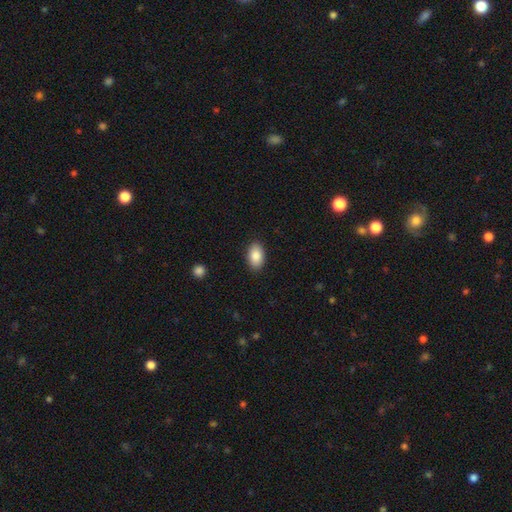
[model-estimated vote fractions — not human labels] Smooth or featured: smooth — 88% (star or artifact — 7%)
How rounded: in between — 92% (round — 6%)
Merging: none — 89% (minor disturbance — 8%)